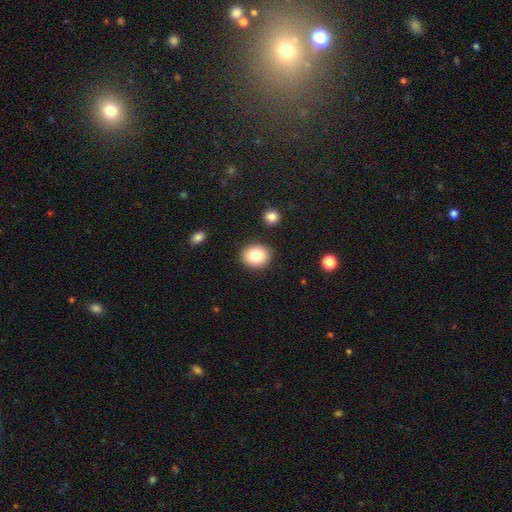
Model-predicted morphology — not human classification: A smooth galaxy with no disk features (83%) that is round (67%). Merging: none (88%).